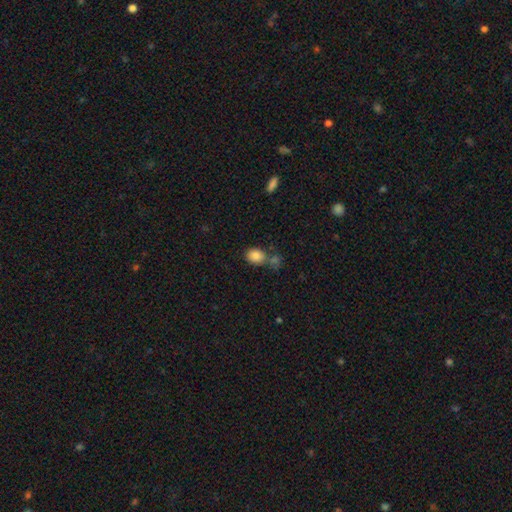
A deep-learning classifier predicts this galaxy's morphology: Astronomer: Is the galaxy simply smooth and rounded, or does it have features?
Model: smooth — 84%.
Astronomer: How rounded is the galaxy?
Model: in between — 57% (runner-up: round, 42%).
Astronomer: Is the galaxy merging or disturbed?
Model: none — 52% (runner-up: merger, 29%).